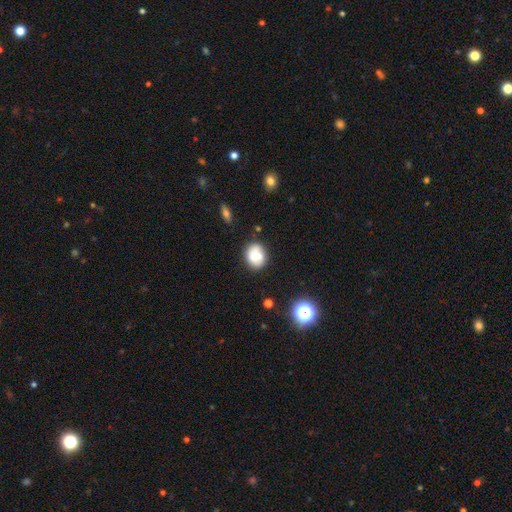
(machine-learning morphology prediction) The model was most divided on "how rounded": round: 58%, in between: 41%, cigar-shaped: 1%. More confident: merging — none (70%); smooth or featured — smooth (65%).